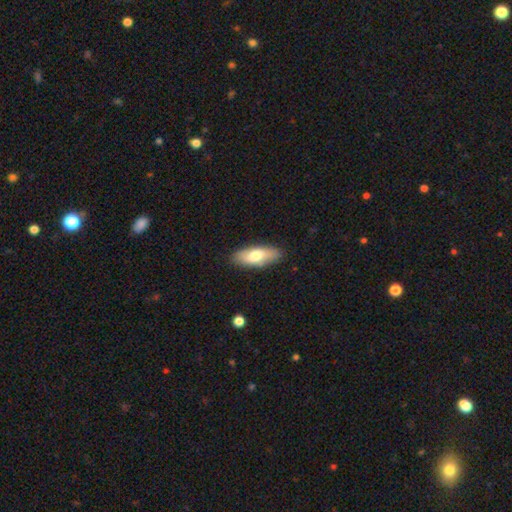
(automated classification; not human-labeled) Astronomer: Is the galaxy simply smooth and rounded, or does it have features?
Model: smooth — 70%.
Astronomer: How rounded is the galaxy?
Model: in between — 73%.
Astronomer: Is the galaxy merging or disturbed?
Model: none — 86%.